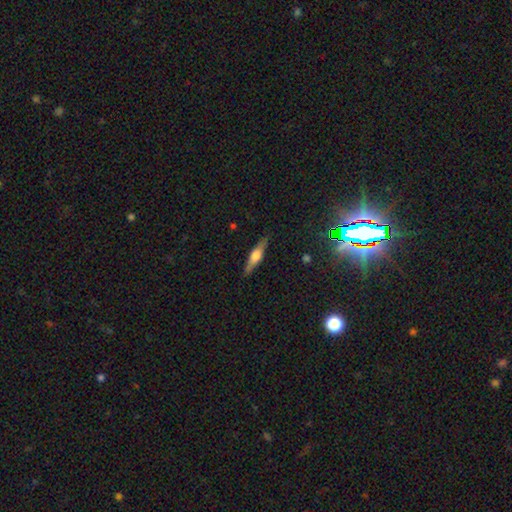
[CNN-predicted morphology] The model was most divided on "smooth or featured": featured or disk: 57%, smooth: 37%, star or artifact: 6%. More confident: edge-on disk — yes (94%); merging — none (86%); edge-on bulge — rounded (82%).